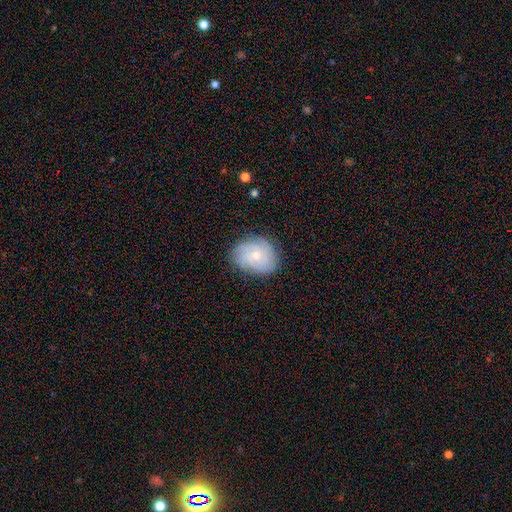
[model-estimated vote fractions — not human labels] Smooth or featured? Predicted: featured or disk (p=0.59). Edge-on disk? Predicted: no (p=0.97). Bar? Predicted: no (p=0.81). Spiral arms? Predicted: yes (p=0.87). Bulge size? Predicted: small (p=0.55). Merging? Predicted: none (p=0.78).